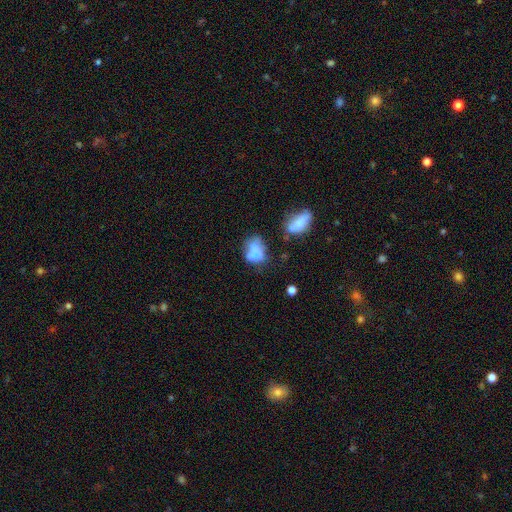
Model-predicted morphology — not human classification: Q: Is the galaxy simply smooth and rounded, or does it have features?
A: smooth — 60%.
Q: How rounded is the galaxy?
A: in between — 70%.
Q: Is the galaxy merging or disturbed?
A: merger — 31%.